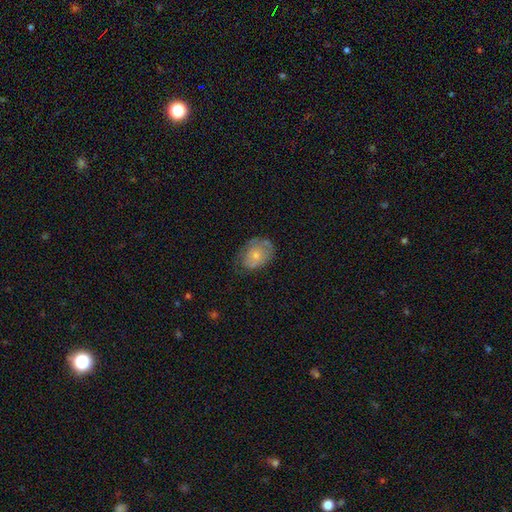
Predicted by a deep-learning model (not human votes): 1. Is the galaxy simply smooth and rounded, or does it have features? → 58% smooth, 35% featured or disk, 7% star or artifact.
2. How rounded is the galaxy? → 67% in between, 32% round, 1% cigar-shaped.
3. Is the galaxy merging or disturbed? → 55% none, 30% minor disturbance, 12% major disturbance, 2% merger.